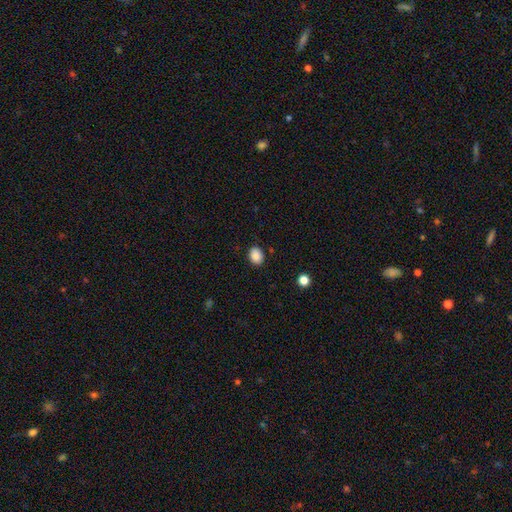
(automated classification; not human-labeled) Morphology: type=smooth (88%); roundness=in between (60%); merging=none (87%).